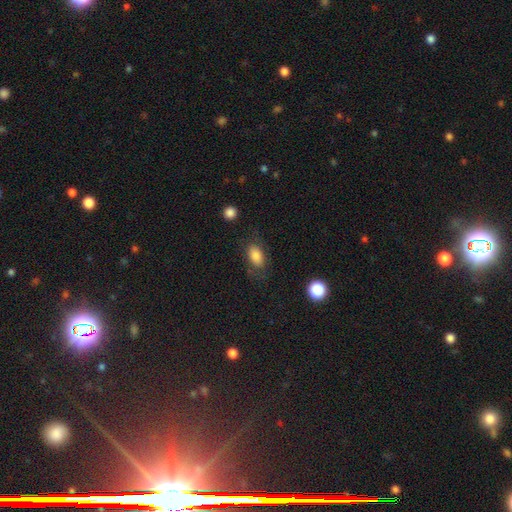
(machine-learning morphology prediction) Smooth or featured: smooth — 82% (featured or disk — 9%)
How rounded: in between — 89% (round — 9%)
Merging: none — 72% (minor disturbance — 17%)